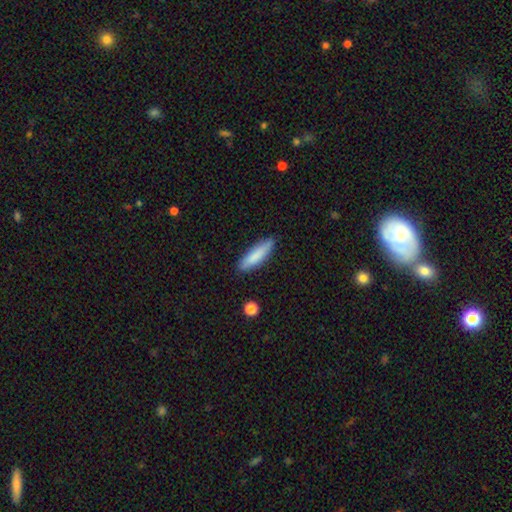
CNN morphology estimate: smooth 82%, featured or disk 12%, star or artifact 6%. Down the decision tree: how rounded — cigar-shaped (75%); merging — none (85%).